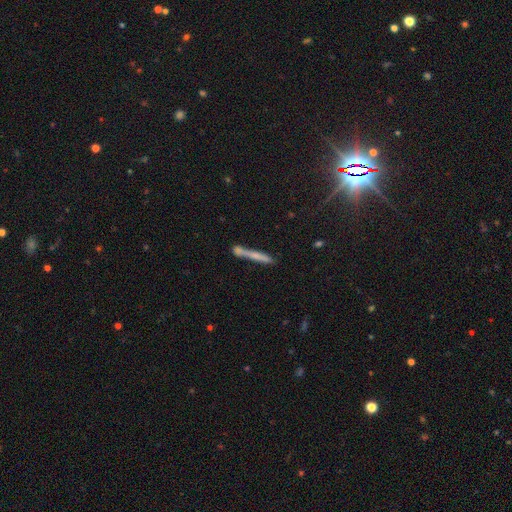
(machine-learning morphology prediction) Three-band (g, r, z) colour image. It shows a smooth galaxy with no disk features (56%) that is cigar-shaped (94%). Merging: none (58%).